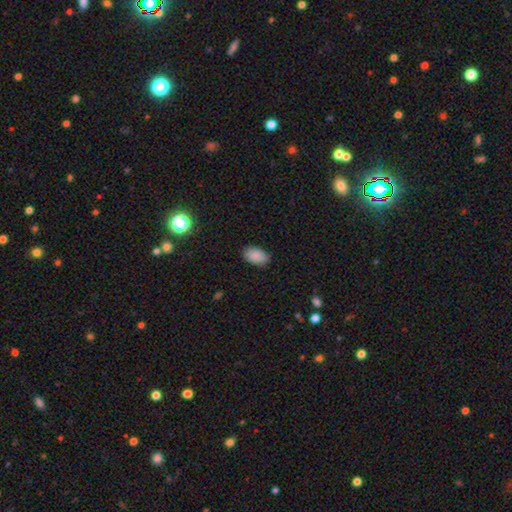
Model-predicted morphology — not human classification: A smooth galaxy with no disk features (87%) that is in between round and cigar-shaped (90%). Merging: none (82%).